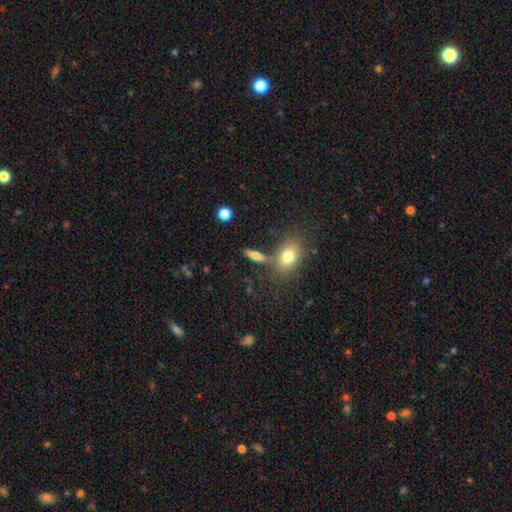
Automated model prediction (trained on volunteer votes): Smooth or featured? Predicted: smooth (p=0.64). How rounded? Predicted: cigar-shaped (p=0.46). Merging? Predicted: none (p=0.72).